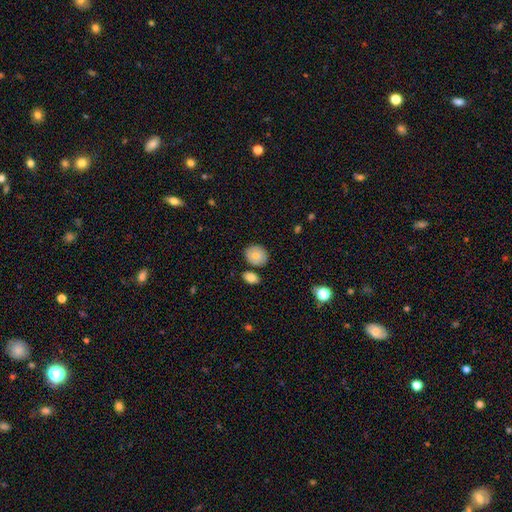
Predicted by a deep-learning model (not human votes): Smooth or featured? Predicted: smooth (p=0.80). How rounded? Predicted: round (p=0.63). Merging? Predicted: none (p=0.78).